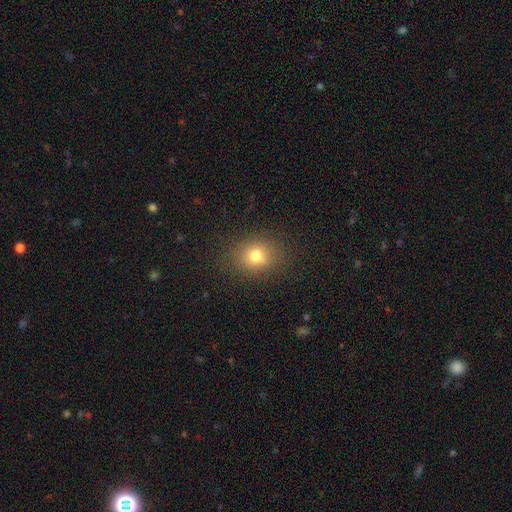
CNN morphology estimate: smooth 74%, star or artifact 16%, featured or disk 10%. Down the decision tree: how rounded — round (70%); merging — none (83%).